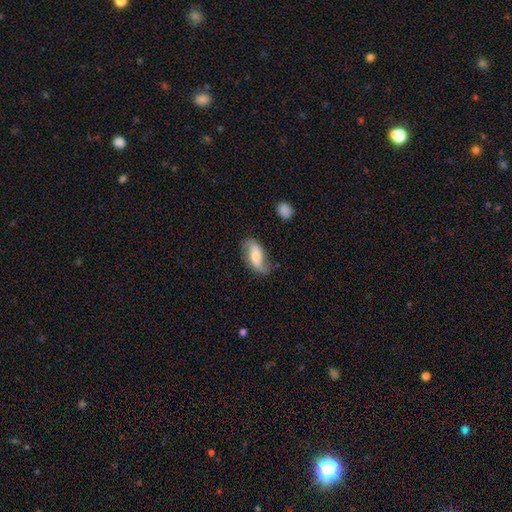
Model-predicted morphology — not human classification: A featured or disk galaxy (58%) with no bar (40%), spiral arms (90%) and a moderate central bulge (43%). Merging: none (72%).